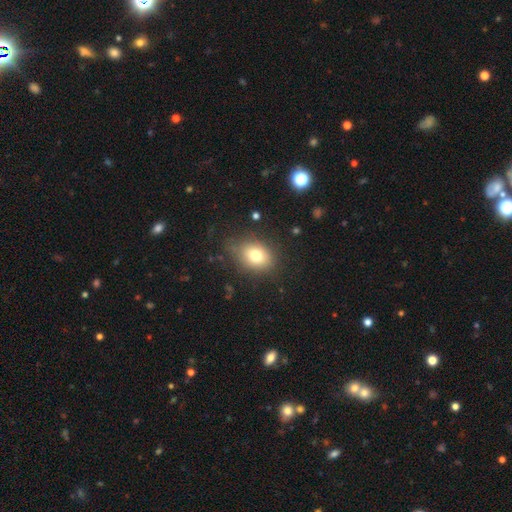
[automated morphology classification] smooth_or_featured: smooth (p=0.76) [alt: featured or disk p=0.13]
how_rounded: in between (p=0.60) [alt: round p=0.39]
merging: none (p=0.74) [alt: minor disturbance p=0.18]